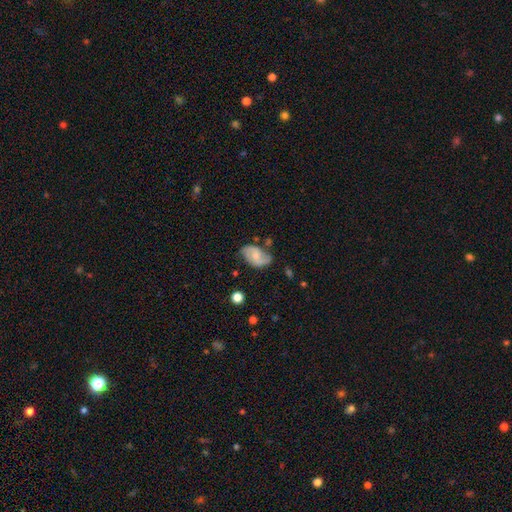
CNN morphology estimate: Overall: featured or disk (64%; smooth 29%). Edge-on disk: no (97%). Bar: no (53%; weak 39%). Spiral arms: yes (90%). Spiral arm count: 2 (85%). Spiral winding: medium (45%; loose 35%). Bulge size: small (47%; moderate 36%). Merging: none (61%; minor disturbance 26%).